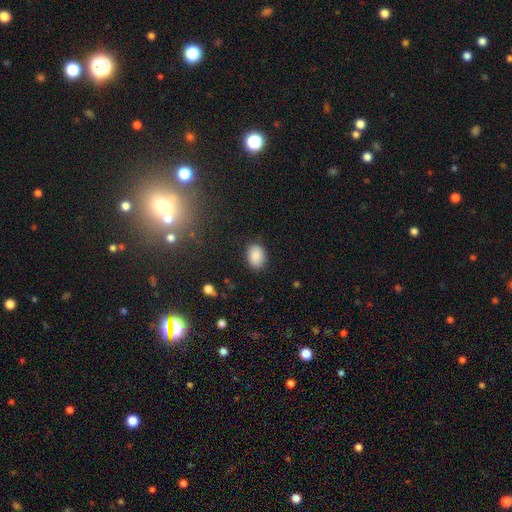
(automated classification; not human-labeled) This is clearly a smooth galaxy (88%). How rounded: likely in between (77%). Merging: clearly none (85%).